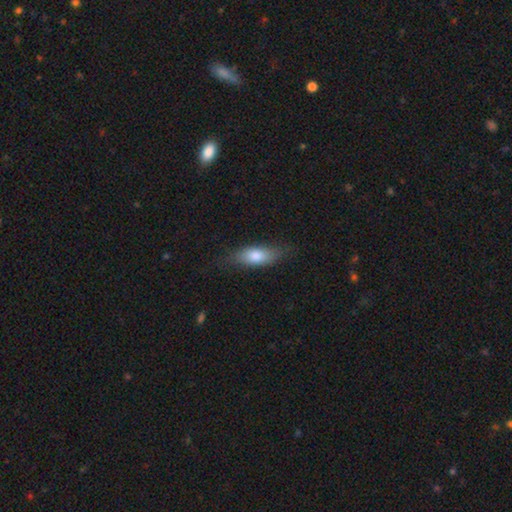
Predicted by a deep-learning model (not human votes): A smooth galaxy with no disk features (74%) that is in between round and cigar-shaped (67%). Merging: none (75%).